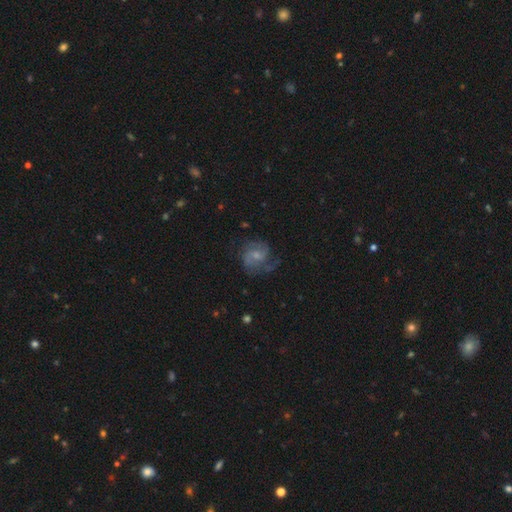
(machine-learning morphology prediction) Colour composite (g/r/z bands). It shows a featured or disk galaxy (71%) with no bar (58%), 2 (60%) medium (48%) spiral arms (90%) and a small central bulge (54%). Merging: none (56%).